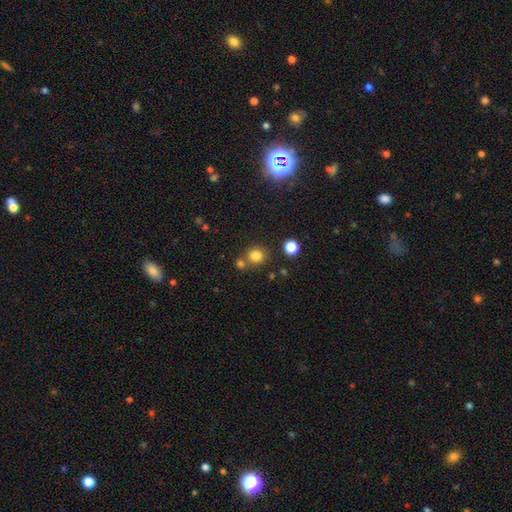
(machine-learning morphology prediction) Smooth or featured? Predicted: smooth (p=0.80). How rounded? Predicted: round (p=0.88). Merging? Predicted: none (p=0.71).